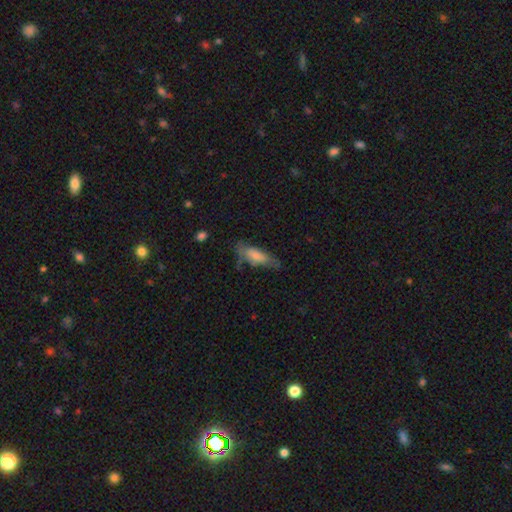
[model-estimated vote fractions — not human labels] smooth_or_featured: smooth (p=0.68) [alt: featured or disk p=0.25]
how_rounded: in between (p=0.62) [alt: cigar-shaped p=0.36]
merging: none (p=0.50) [alt: minor disturbance p=0.31]